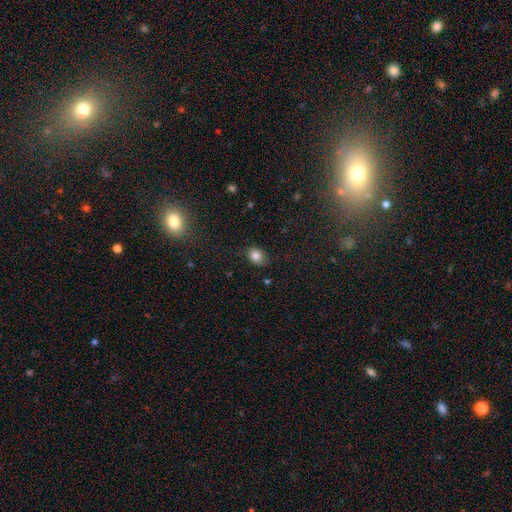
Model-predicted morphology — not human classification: smooth 82%, star or artifact 11%, featured or disk 8%. Down the decision tree: how rounded — in between (58%); merging — none (76%).